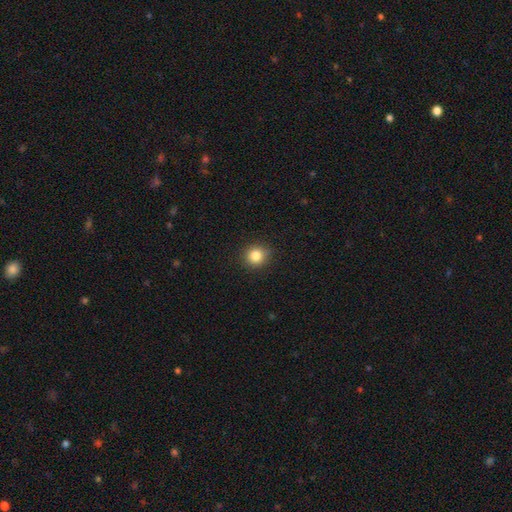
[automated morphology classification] Smooth or featured? smooth (84%)
How rounded? round (90%)
Merging? none (89%)